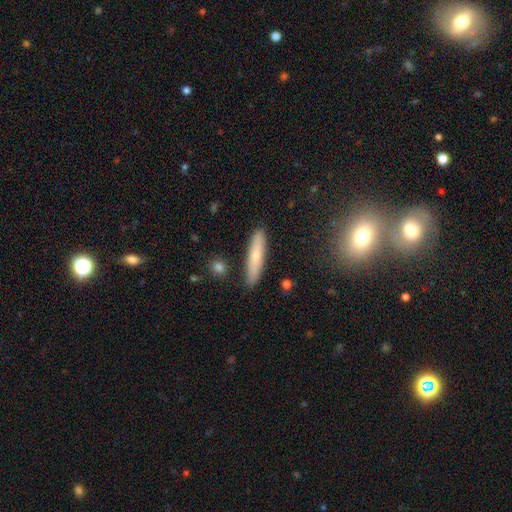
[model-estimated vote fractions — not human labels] Smooth or featured?
  - smooth: 65% *
  - featured or disk: 28%
  - star or artifact: 7%
How rounded?
  - cigar-shaped: 85% *
  - in between: 13%
  - round: 2%
Merging?
  - none: 88% *
  - minor disturbance: 9%
  - merger: 2%
  - major disturbance: 2%